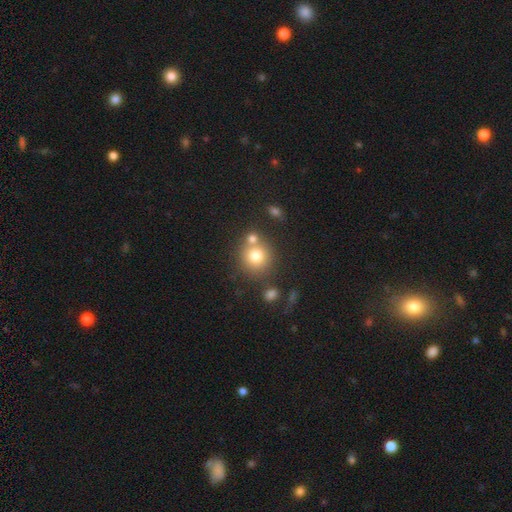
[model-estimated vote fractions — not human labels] Smooth or featured?
  - smooth: 76% *
  - featured or disk: 12%
  - star or artifact: 12%
How rounded?
  - round: 86% *
  - in between: 13%
  - cigar-shaped: 1%
Merging?
  - none: 60% *
  - merger: 27%
  - minor disturbance: 10%
  - major disturbance: 4%